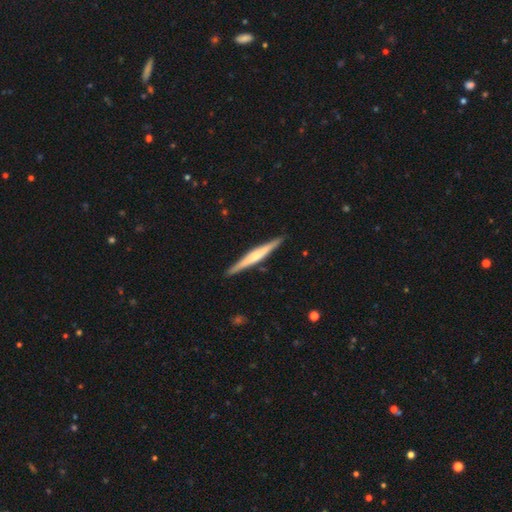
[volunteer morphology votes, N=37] smooth_or_featured: featured or disk (p=0.57) [alt: smooth p=0.38]
disk_edge_on: yes (p=1.00)
edge_on_bulge: rounded (p=0.71) [alt: boxy p=0.14]
merging: none (p=0.97) [alt: minor disturbance p=0.03]